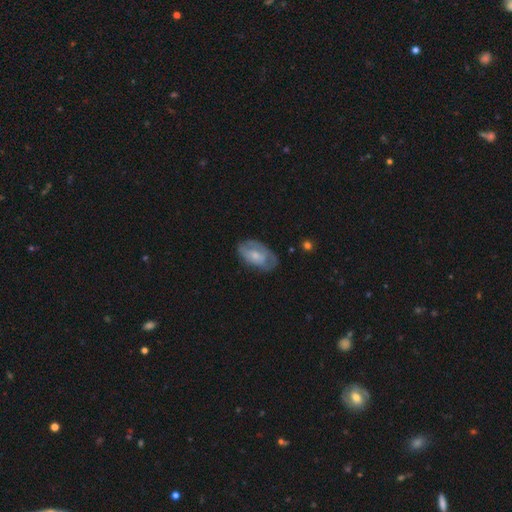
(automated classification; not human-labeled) Smooth or featured?
  - smooth: 47% * (tied)
  - featured or disk: 47% * (tied)
  - star or artifact: 6%
Merging?
  - none: 57% *
  - minor disturbance: 29%
  - major disturbance: 12%
  - merger: 2%